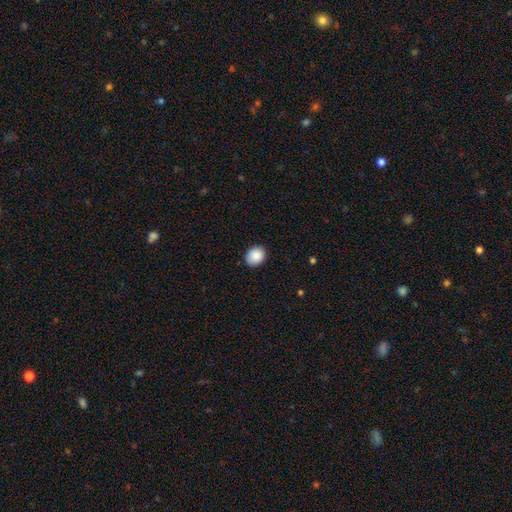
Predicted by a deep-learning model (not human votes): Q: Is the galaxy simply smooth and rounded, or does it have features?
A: smooth — 88%.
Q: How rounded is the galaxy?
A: round — 58%.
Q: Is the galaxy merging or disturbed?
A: none — 87%.